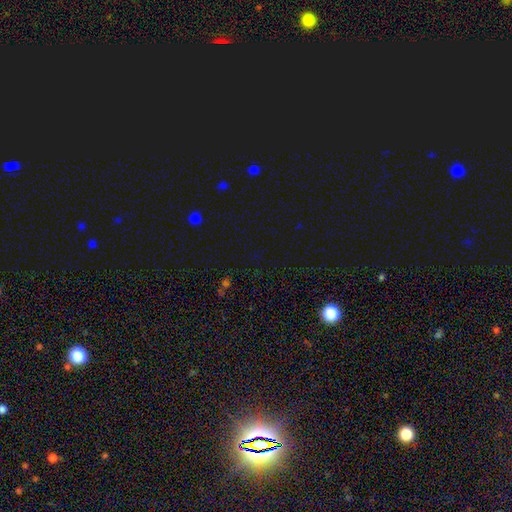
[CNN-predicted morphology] Smooth or featured: star or artifact — 68% (smooth — 25%)